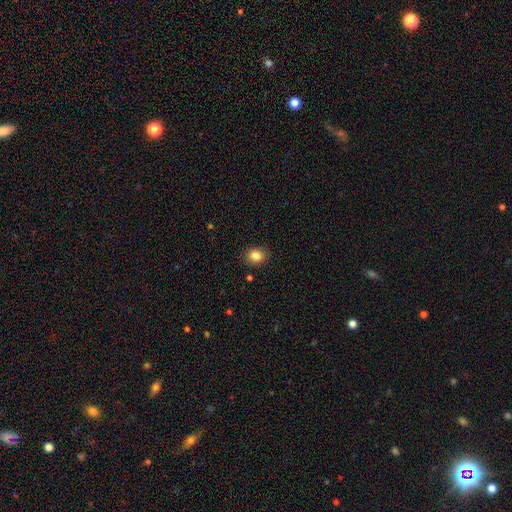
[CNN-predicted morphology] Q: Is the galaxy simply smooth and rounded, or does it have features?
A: smooth — 85%.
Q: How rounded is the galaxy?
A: round — 61%.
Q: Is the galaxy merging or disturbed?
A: none — 89%.